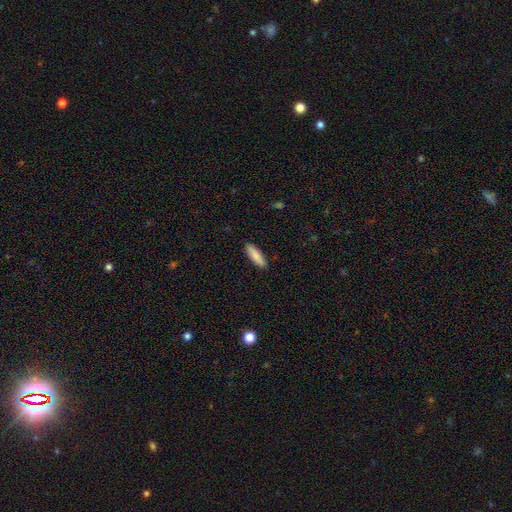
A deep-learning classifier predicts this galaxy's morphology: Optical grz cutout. It shows a smooth galaxy with no disk features (87%) that is cigar-shaped (57%). Merging: none (90%).